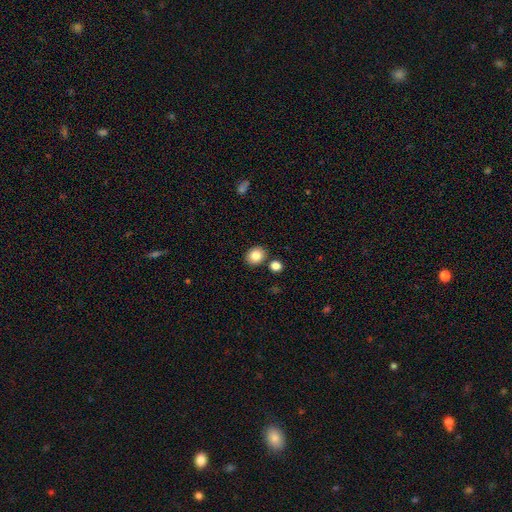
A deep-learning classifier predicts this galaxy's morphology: smooth 84%, star or artifact 9%, featured or disk 6%. Down the decision tree: how rounded — round (66%); merging — none (83%).